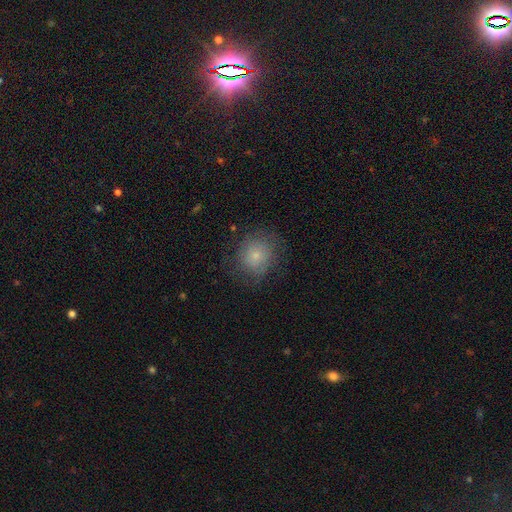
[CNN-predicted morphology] Smooth or featured: smooth — 75% (featured or disk — 15%)
How rounded: round — 80% (in between — 19%)
Merging: none — 73% (minor disturbance — 18%)